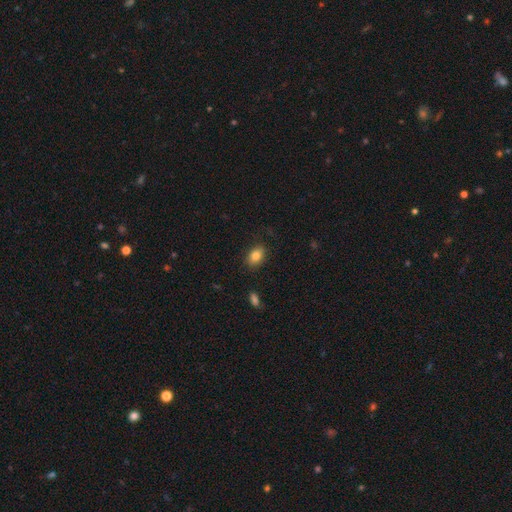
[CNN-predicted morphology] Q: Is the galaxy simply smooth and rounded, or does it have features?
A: smooth — 83%.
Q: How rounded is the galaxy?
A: in between — 79%.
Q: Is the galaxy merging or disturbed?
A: none — 83%.